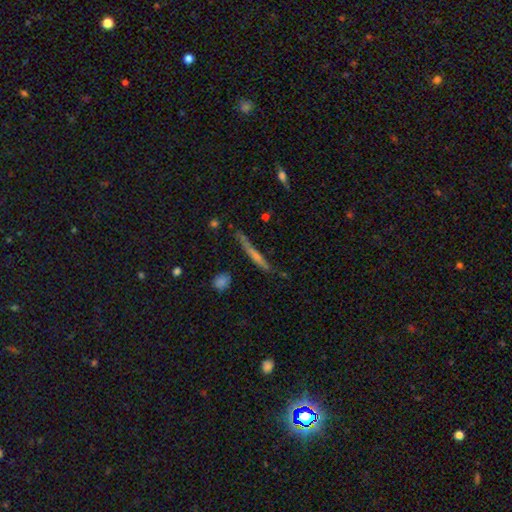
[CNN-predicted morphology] The model was most divided on "smooth or featured": featured or disk: 49%, smooth: 40%, star or artifact: 11%. More confident: merging — none (76%).